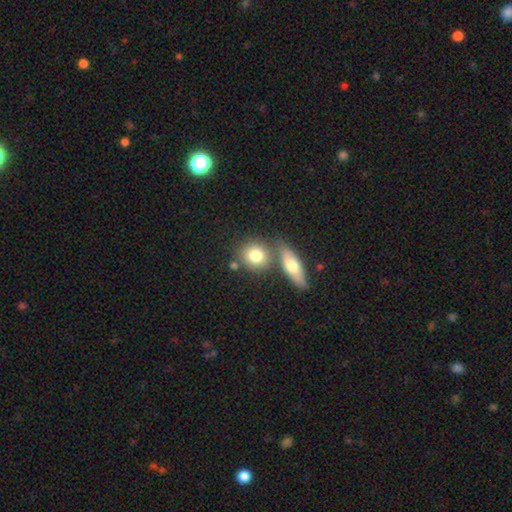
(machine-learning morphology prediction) Smooth or featured? smooth (79%)
How rounded? round (72%)
Merging? none (60%)